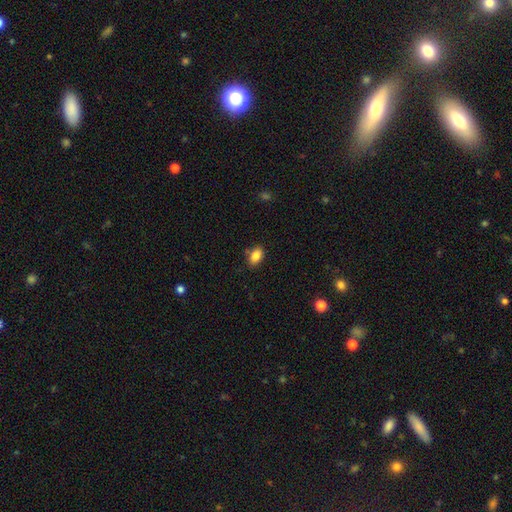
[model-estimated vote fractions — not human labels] A smooth galaxy with no disk features (86%) that is in between round and cigar-shaped (86%). Merging: none (81%).